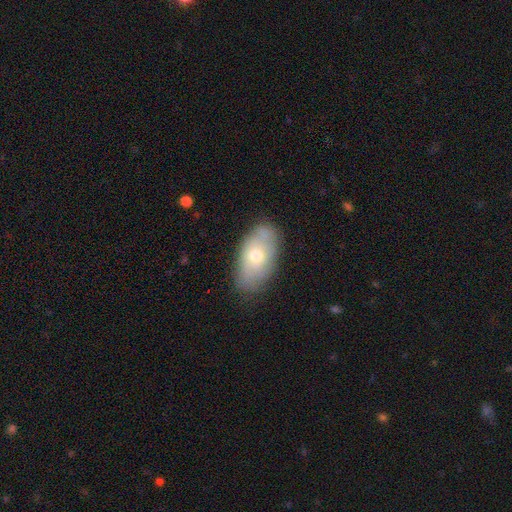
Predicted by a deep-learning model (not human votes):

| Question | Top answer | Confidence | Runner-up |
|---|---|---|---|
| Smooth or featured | smooth | 59% | featured or disk (34%) |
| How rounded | in between | 93% | round (4%) |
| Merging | none | 77% | minor disturbance (18%) |